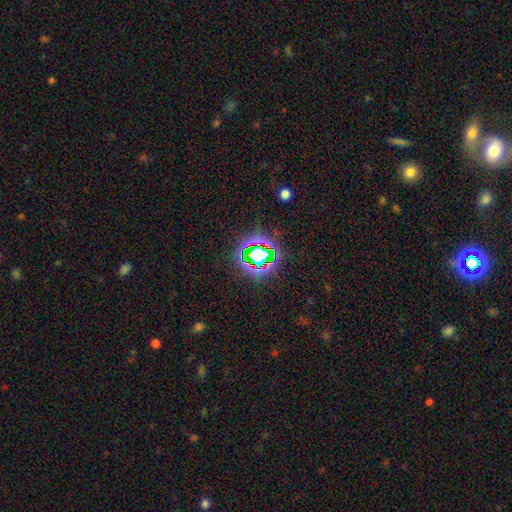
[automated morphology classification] Smooth or featured? star or artifact (79%)